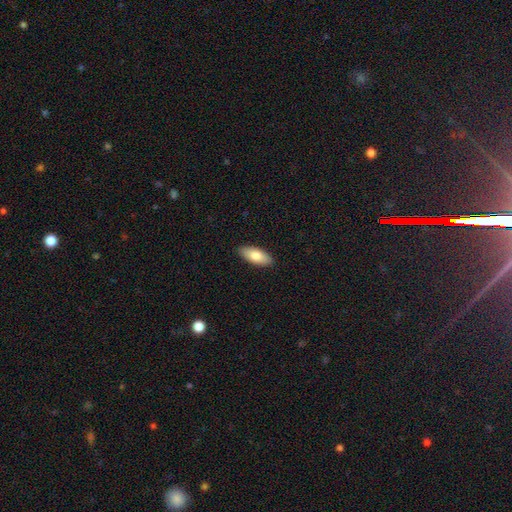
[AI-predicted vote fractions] Smooth or featured? Predicted: smooth (p=0.77). How rounded? Predicted: in between (p=0.83). Merging? Predicted: none (p=0.90).